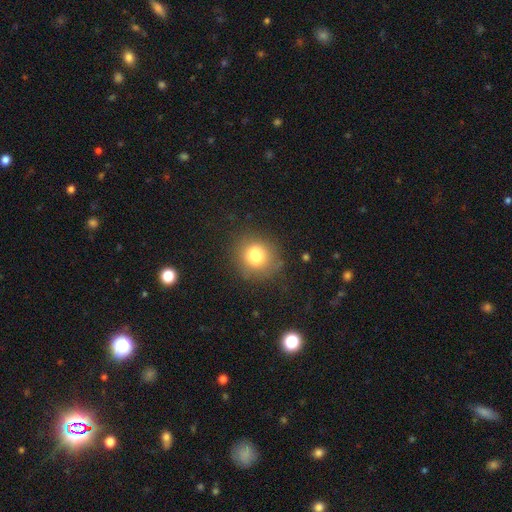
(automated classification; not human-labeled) smooth_or_featured: smooth (p=0.72) [alt: featured or disk p=0.16]
how_rounded: round (p=0.84) [alt: in between p=0.15]
merging: none (p=0.57) [alt: merger p=0.20]